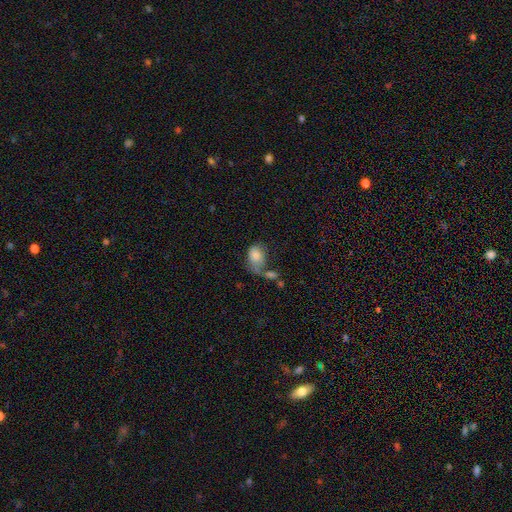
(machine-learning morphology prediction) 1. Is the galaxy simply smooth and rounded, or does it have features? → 79% smooth, 13% featured or disk, 8% star or artifact.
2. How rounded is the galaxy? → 81% in between, 18% round, 1% cigar-shaped.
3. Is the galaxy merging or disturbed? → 28% merger, 26% none, 24% major disturbance, 23% minor disturbance.